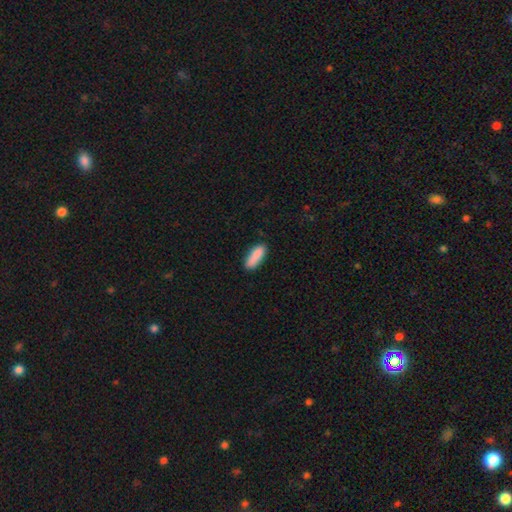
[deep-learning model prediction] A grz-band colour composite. It shows a smooth galaxy with no disk features (88%) that is in between round and cigar-shaped (55%). Merging: none (77%).